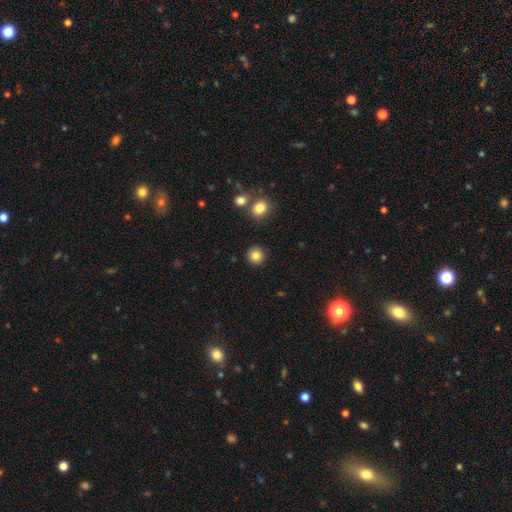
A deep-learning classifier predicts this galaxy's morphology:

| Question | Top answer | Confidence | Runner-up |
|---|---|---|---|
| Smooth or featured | smooth | 84% | star or artifact (11%) |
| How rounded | round | 94% | in between (5%) |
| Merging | none | 91% | minor disturbance (5%) |